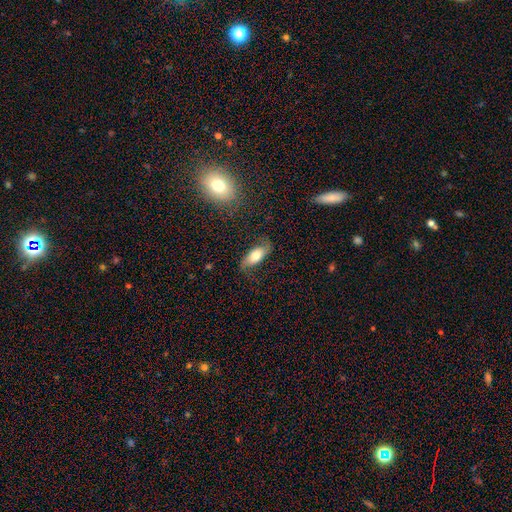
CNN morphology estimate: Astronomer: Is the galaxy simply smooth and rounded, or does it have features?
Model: smooth — 59% (runner-up: featured or disk, 34%).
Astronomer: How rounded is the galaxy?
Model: in between — 82%.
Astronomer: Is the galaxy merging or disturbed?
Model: none — 71%.